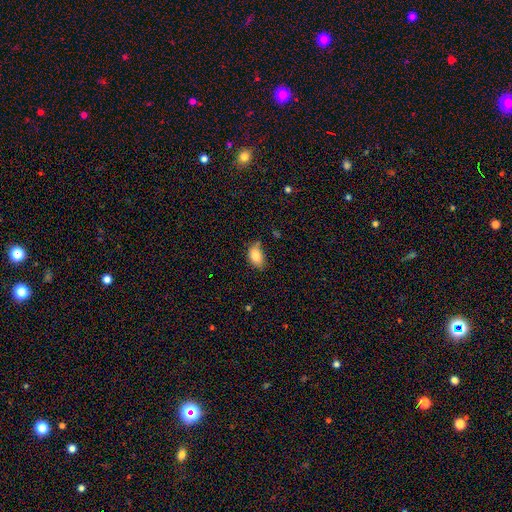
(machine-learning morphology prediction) Smooth or featured? Predicted: smooth (p=0.85). How rounded? Predicted: in between (p=0.89). Merging? Predicted: none (p=0.60).